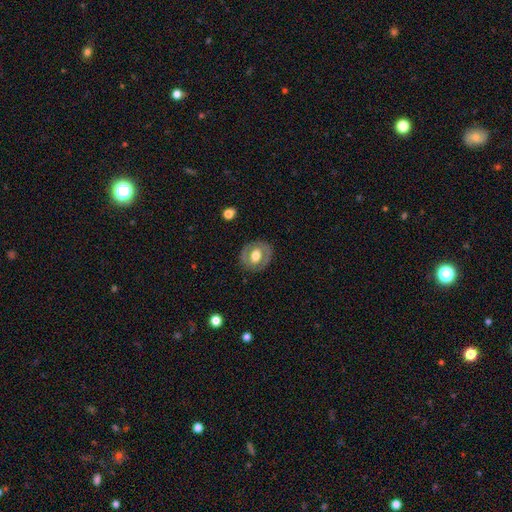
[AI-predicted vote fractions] This is possibly a featured or disk galaxy (52%). It is clearly not viewed edge-on (95%). Merging: clearly none (82%).